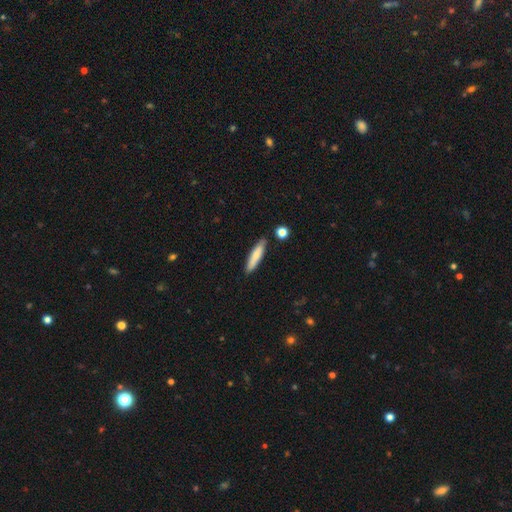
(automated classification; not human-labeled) Smooth or featured? Predicted: smooth (p=0.78). How rounded? Predicted: cigar-shaped (p=0.81). Merging? Predicted: none (p=0.82).